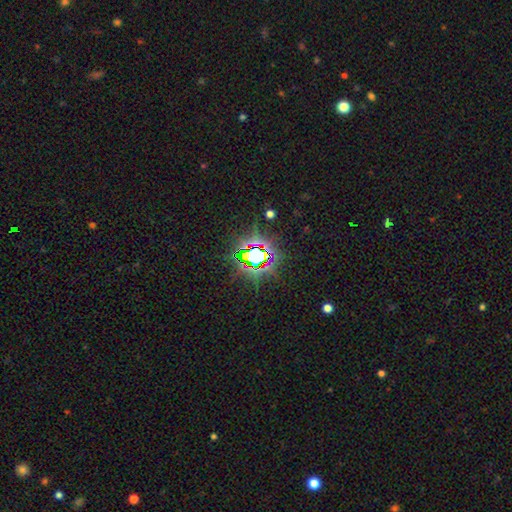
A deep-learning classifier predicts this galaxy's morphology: Smooth or featured? star or artifact (78%)